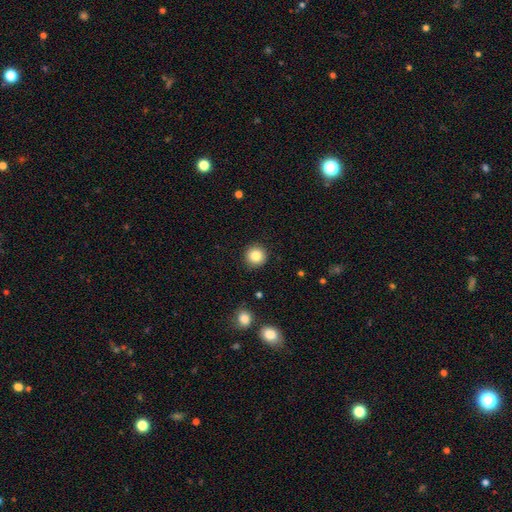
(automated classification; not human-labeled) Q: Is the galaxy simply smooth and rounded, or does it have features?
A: smooth — 84%.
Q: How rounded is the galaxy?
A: round — 95%.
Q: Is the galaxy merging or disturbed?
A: none — 92%.